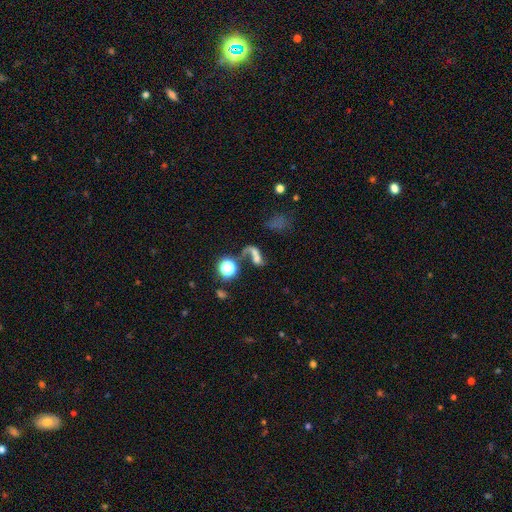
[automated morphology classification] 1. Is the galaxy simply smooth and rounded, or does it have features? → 41% smooth, 37% featured or disk, 22% star or artifact.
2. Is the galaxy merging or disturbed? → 50% merger, 22% none, 19% major disturbance, 9% minor disturbance.